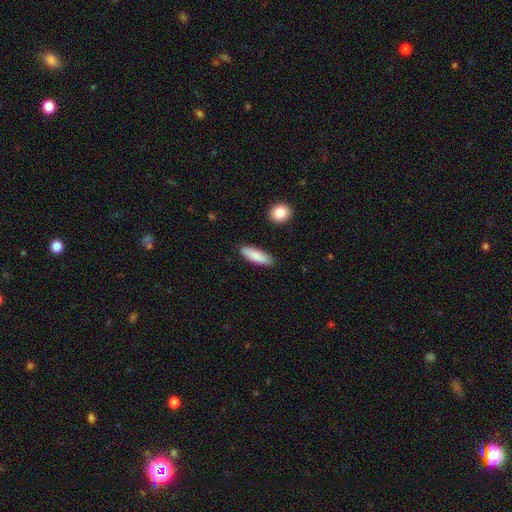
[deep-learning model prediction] smooth_or_featured: smooth (p=0.86) [alt: featured or disk p=0.08]
how_rounded: cigar-shaped (p=0.50) [alt: in between p=0.48]
merging: none (p=0.87) [alt: minor disturbance p=0.09]